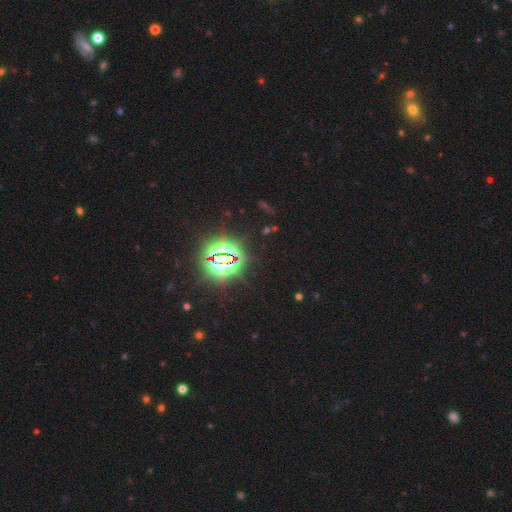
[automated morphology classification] A star or artifact, not a galaxy (81%).

Vote fractions:
- Smooth or featured? star or artifact: 81% / smooth: 14% / featured or disk: 5%